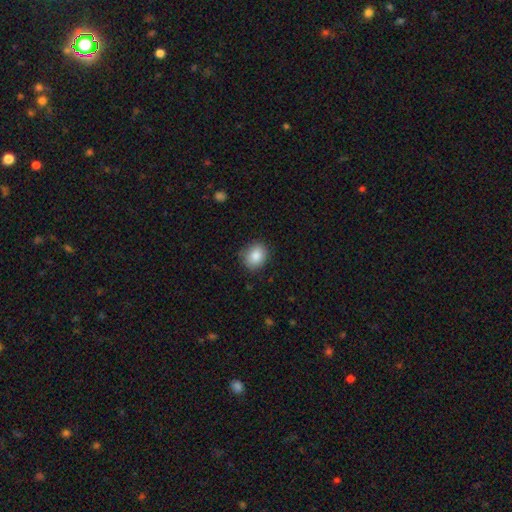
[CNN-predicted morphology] Smooth or featured? smooth (85%)
How rounded? round (61%)
Merging? none (84%)